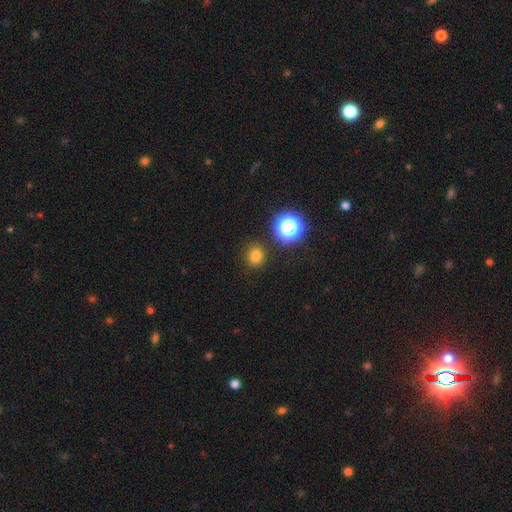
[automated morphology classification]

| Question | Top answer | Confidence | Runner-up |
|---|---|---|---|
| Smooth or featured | smooth | 75% | star or artifact (19%) |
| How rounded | round | 87% | in between (12%) |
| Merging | none | 88% | minor disturbance (7%) |